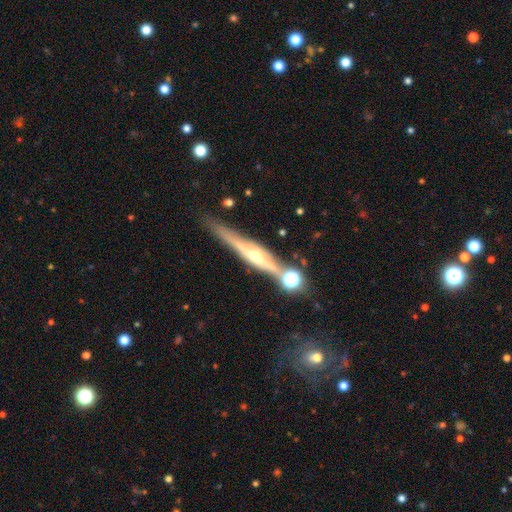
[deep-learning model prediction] A featured or disk galaxy (77%) viewed edge-on (96%) with a rounded central bulge (85%).

Vote fractions:
- Smooth or featured? featured or disk: 77% / smooth: 15% / star or artifact: 8%
- Edge-on disk? yes: 96% / no: 4%
- Edge-on bulge? rounded: 85% / boxy: 9% / none: 6%
- Merging? none: 77% / minor disturbance: 11% / merger: 9% / major disturbance: 3%